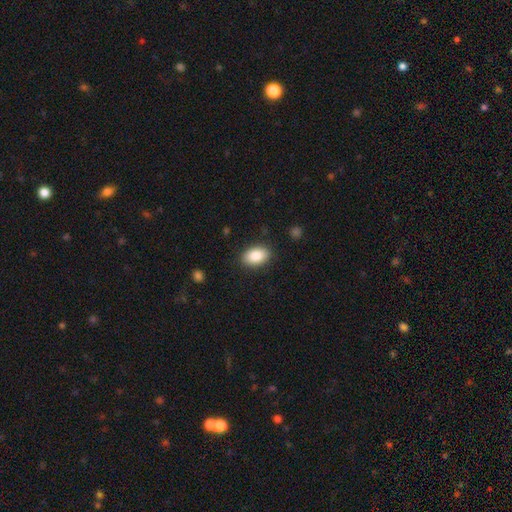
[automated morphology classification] smooth 87%, star or artifact 7%, featured or disk 6%. Down the decision tree: how rounded — in between (90%); merging — none (88%).